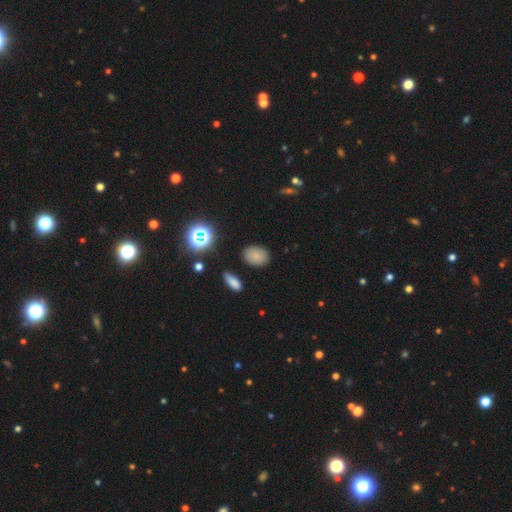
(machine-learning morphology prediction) Smooth or featured?
  - smooth: 76% *
  - star or artifact: 16%
  - featured or disk: 8%
How rounded?
  - in between: 71% *
  - round: 27%
  - cigar-shaped: 1%
Merging?
  - none: 84% *
  - minor disturbance: 11%
  - major disturbance: 3%
  - merger: 3%